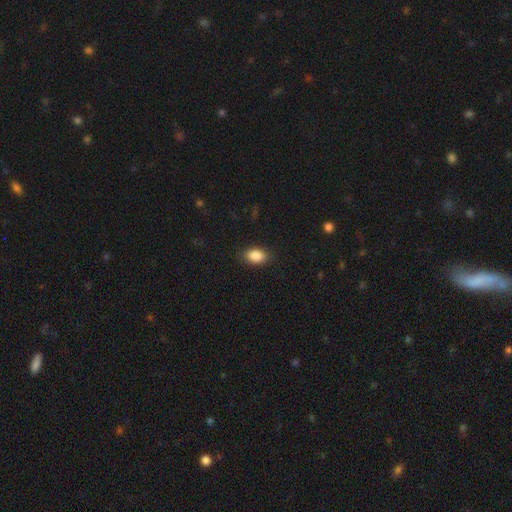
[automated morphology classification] The model was most divided on "how rounded": in between: 86%, round: 12%, cigar-shaped: 2%. More confident: smooth or featured — smooth (88%); merging — none (87%).